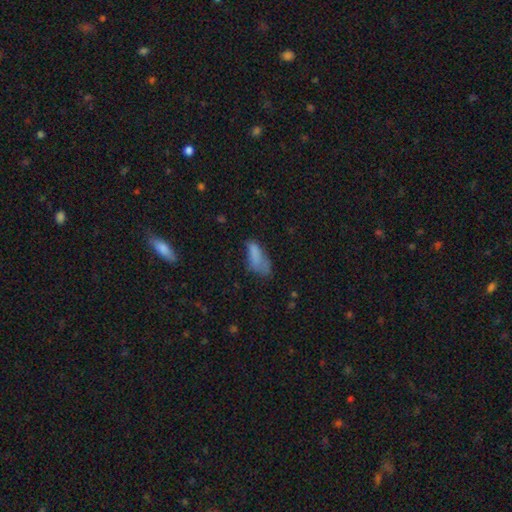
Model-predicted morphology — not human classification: type=smooth (73%); roundness=in between (74%); merging=none (34%).